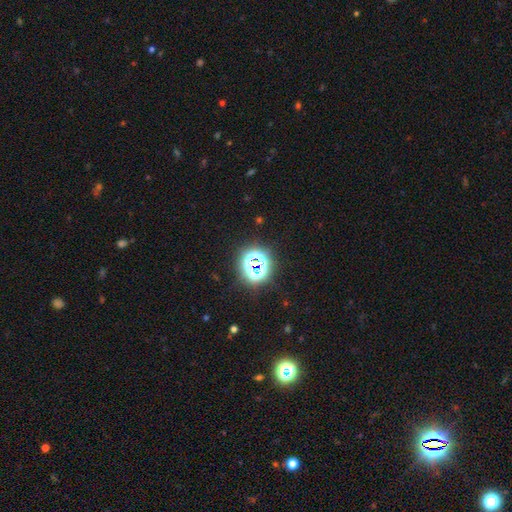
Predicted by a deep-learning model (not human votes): Q: Smooth or featured?
A: star or artifact (71%); runner-up: smooth (21%)